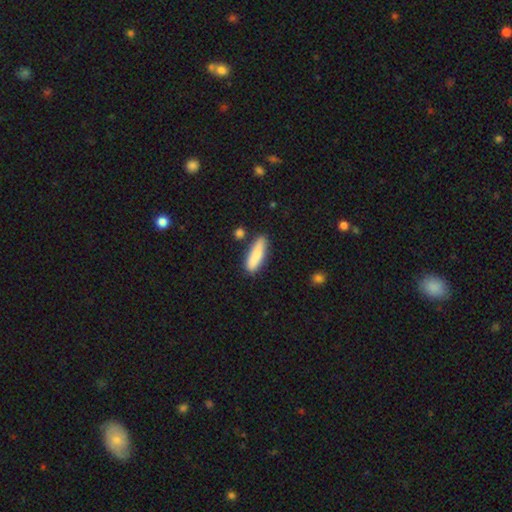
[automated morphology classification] smooth 82%, featured or disk 12%, star or artifact 6%. Down the decision tree: how rounded — cigar-shaped (65%); merging — none (79%).